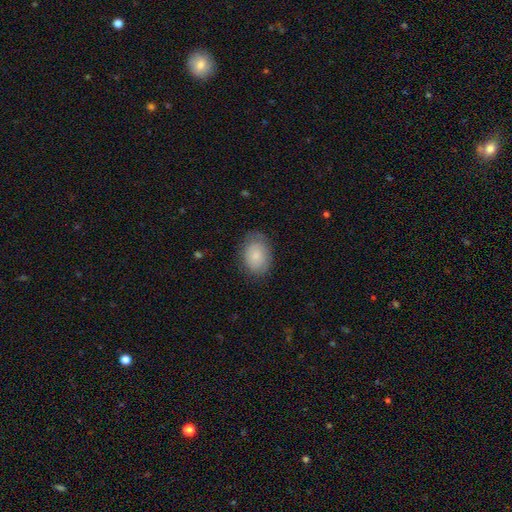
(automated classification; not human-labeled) This is likely a smooth galaxy (75%). How rounded: likely in between (73%). Merging: likely none (73%).